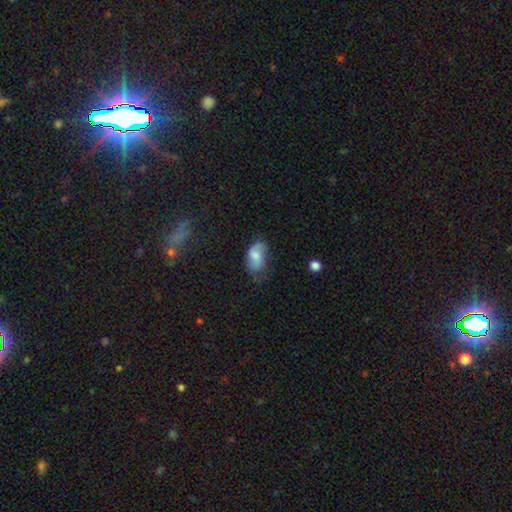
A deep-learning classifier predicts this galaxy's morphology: Smooth or featured?
  - smooth: 65% *
  - featured or disk: 27%
  - star or artifact: 8%
How rounded?
  - in between: 90% *
  - round: 8%
  - cigar-shaped: 2%
Merging?
  - none: 56% *
  - minor disturbance: 31%
  - major disturbance: 11%
  - merger: 2%